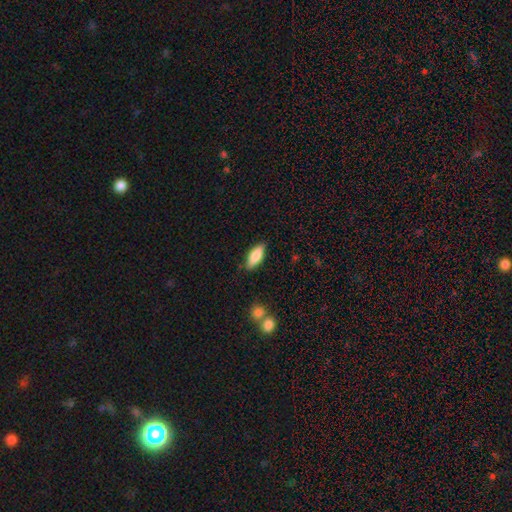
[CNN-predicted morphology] The model was most divided on "how rounded": in between: 71%, cigar-shaped: 27%, round: 2%. More confident: merging — none (83%); smooth or featured — smooth (79%).